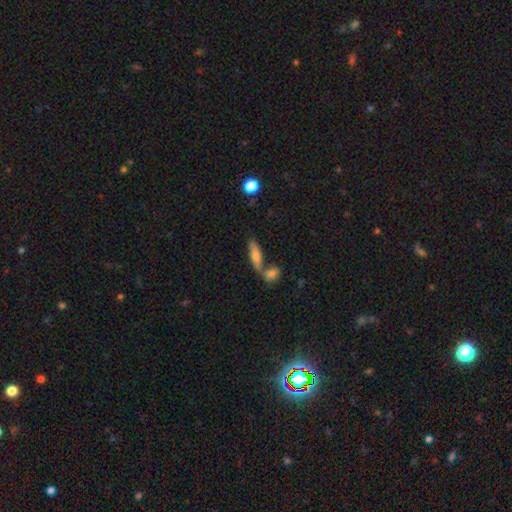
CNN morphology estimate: smooth_or_featured: smooth (p=0.66) [alt: featured or disk p=0.26]
how_rounded: cigar-shaped (p=0.58) [alt: in between p=0.39]
merging: none (p=0.50) [alt: merger p=0.35]